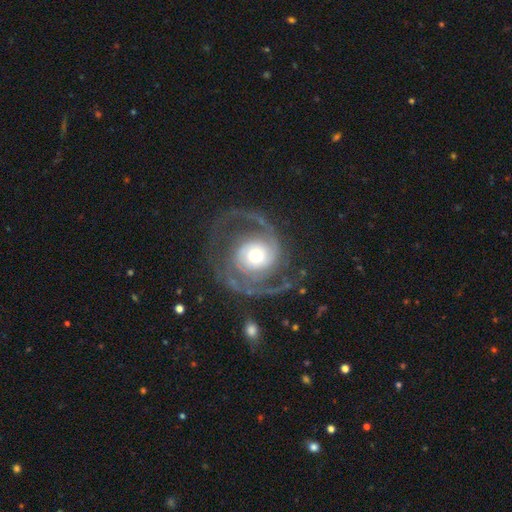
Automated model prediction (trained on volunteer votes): featured or disk 87%, smooth 8%, star or artifact 5%. Down the decision tree: edge-on disk — no (98%); bar — no (70%); spiral arms — yes (96%); spiral arm count — 2 (78%); spiral winding — medium (47%); bulge size — moderate (56%); merging — none (68%).